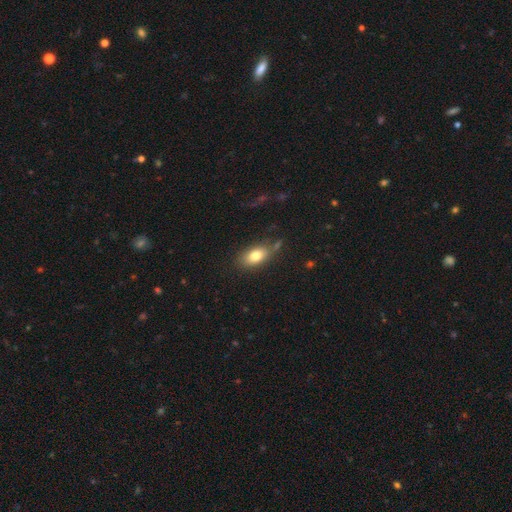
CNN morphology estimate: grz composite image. It shows a smooth galaxy with no disk features (79%) that is in between round and cigar-shaped (88%). Merging: none (73%).